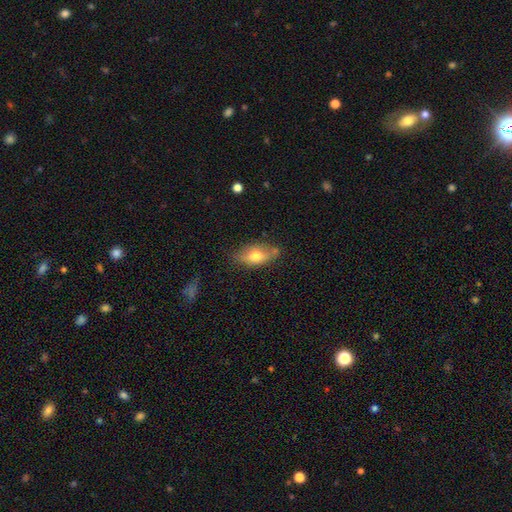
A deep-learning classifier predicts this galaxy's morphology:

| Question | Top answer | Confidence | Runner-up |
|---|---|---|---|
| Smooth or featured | smooth | 66% | featured or disk (27%) |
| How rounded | in between | 84% | cigar-shaped (11%) |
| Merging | none | 67% | minor disturbance (24%) |